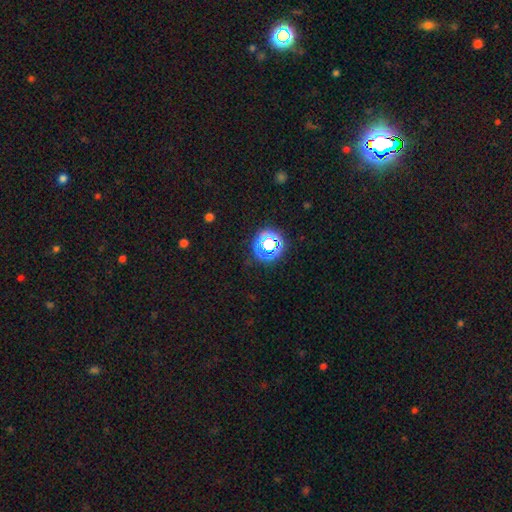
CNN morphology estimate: A star or artifact, not a galaxy (69%).

Vote fractions:
- Smooth or featured? star or artifact: 69% / smooth: 25% / featured or disk: 6%